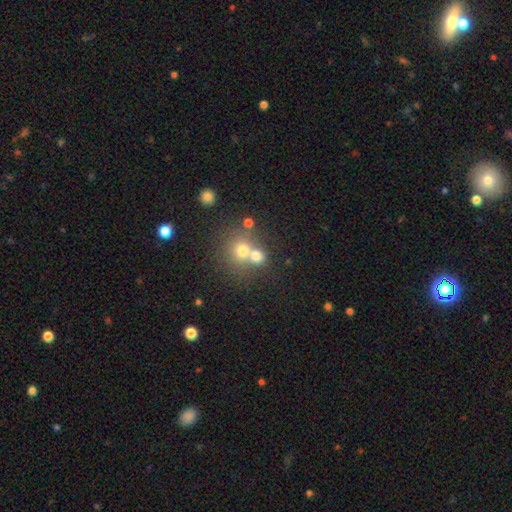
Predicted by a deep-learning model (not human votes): Smooth or featured: smooth — 70% (featured or disk — 16%)
How rounded: round — 79% (in between — 20%)
Merging: merger — 54% (none — 37%)